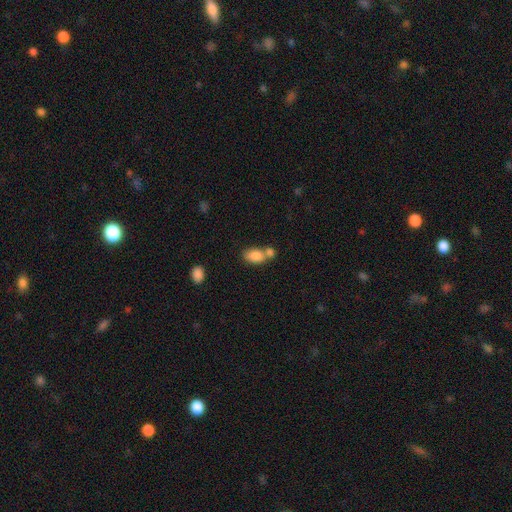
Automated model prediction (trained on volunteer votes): smooth_or_featured: smooth (p=0.84) [alt: featured or disk p=0.08]
how_rounded: in between (p=0.88) [alt: round p=0.10]
merging: merger (p=0.51) [alt: none p=0.35]